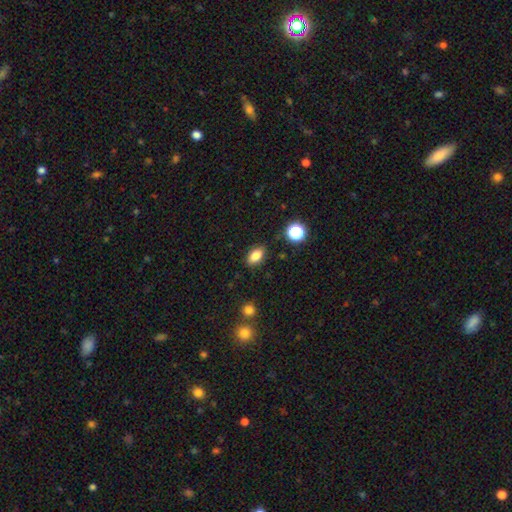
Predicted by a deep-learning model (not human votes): This is clearly a smooth galaxy (82%). How rounded: clearly in between (86%). Merging: clearly none (86%).